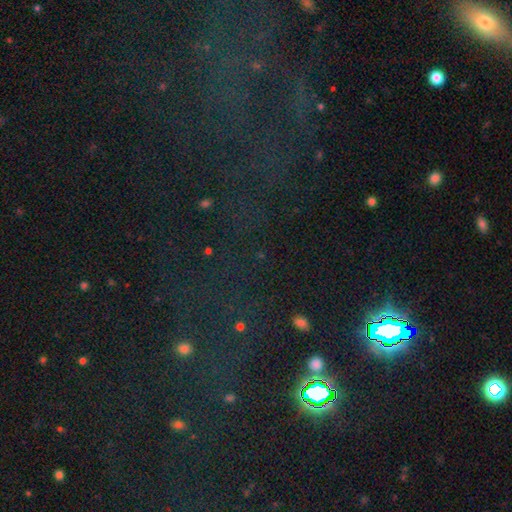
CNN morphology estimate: Overall: star or artifact (73%).